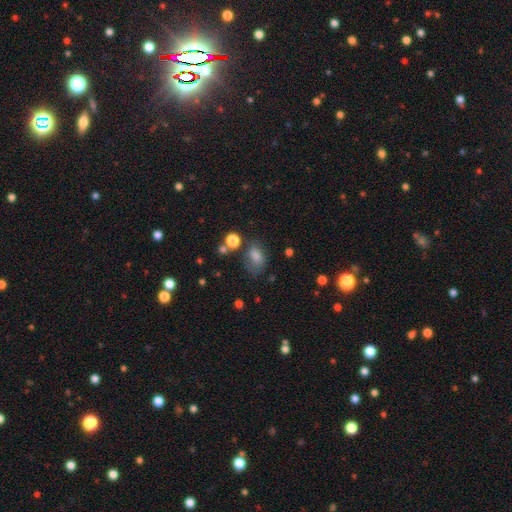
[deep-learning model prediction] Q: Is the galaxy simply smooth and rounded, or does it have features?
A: smooth — 77%.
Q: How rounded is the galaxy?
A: in between — 80%.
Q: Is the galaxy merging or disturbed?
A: none — 49%.